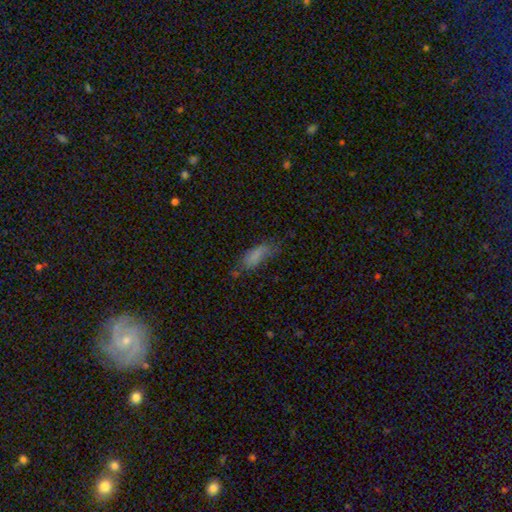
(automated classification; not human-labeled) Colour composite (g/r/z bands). It shows a smooth galaxy with no disk features (76%) that is in between round and cigar-shaped (74%). Merging: none (46%).